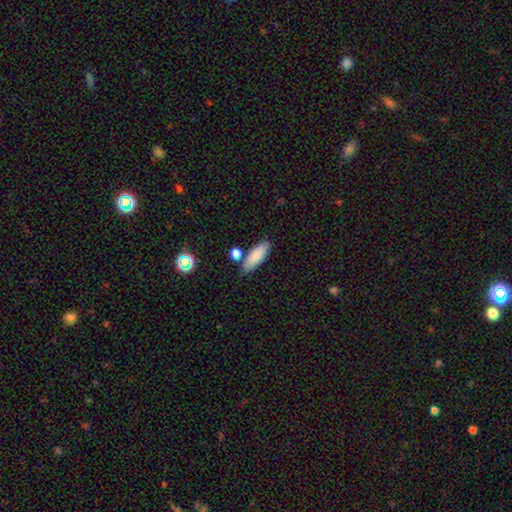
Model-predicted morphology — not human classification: smooth 84%, featured or disk 9%, star or artifact 7%. Down the decision tree: how rounded — in between (62%); merging — none (73%).